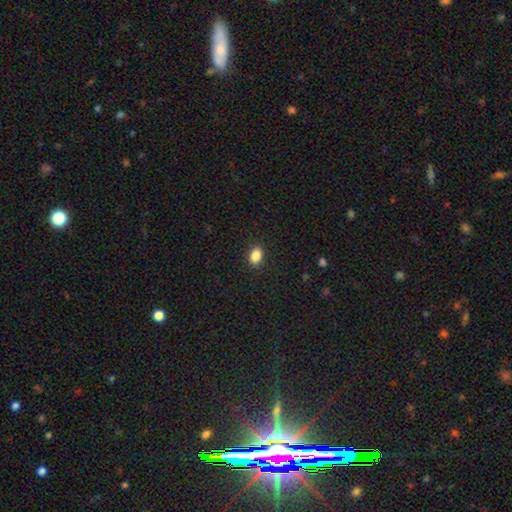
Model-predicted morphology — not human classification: smooth 87%, star or artifact 9%, featured or disk 4%. Down the decision tree: how rounded — in between (80%); merging — none (89%).